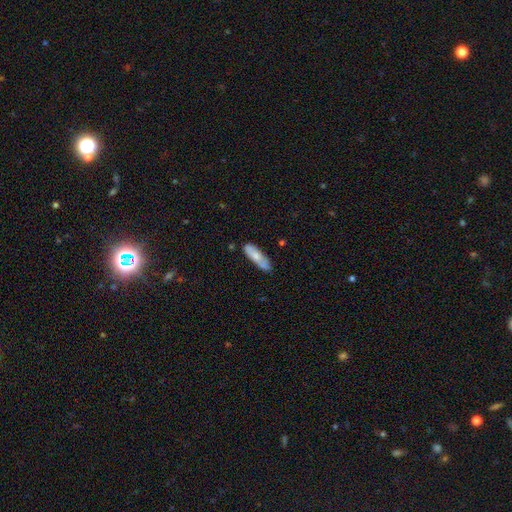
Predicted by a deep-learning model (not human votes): Smooth or featured: smooth — 69% (featured or disk — 26%)
How rounded: cigar-shaped — 51% (in between — 47%)
Merging: none — 74% (minor disturbance — 19%)